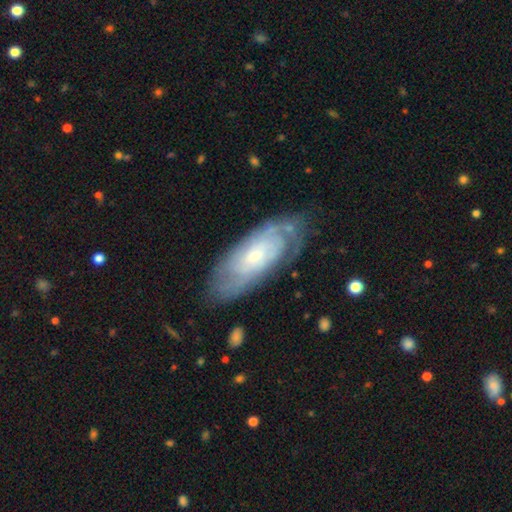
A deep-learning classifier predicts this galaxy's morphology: Smooth or featured? Predicted: featured or disk (p=0.76). Edge-on disk? Predicted: no (p=0.90). Bar? Predicted: no (p=0.67). Spiral arms? Predicted: yes (p=0.90). Spiral winding? Predicted: tight (p=0.70). Spiral arm count? Predicted: can't tell (p=0.53). Bulge size? Predicted: small (p=0.67). Merging? Predicted: none (p=0.72).